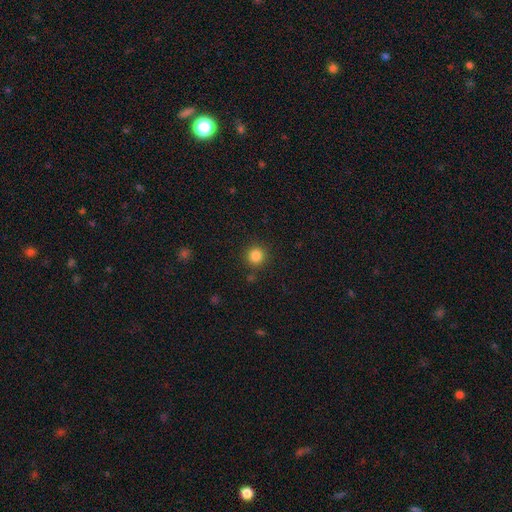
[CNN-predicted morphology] This is clearly a smooth galaxy (84%). How rounded: clearly round (94%). Merging: clearly none (89%).